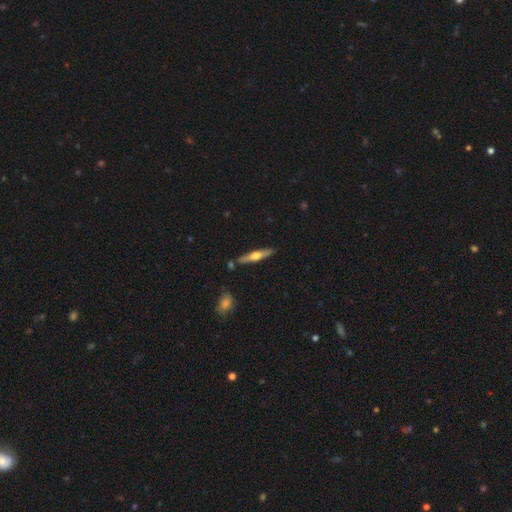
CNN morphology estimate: This appears to be a featured or disk galaxy (55%) viewed edge-on (95%) with a rounded central bulge (91%). Merging: none (85%).